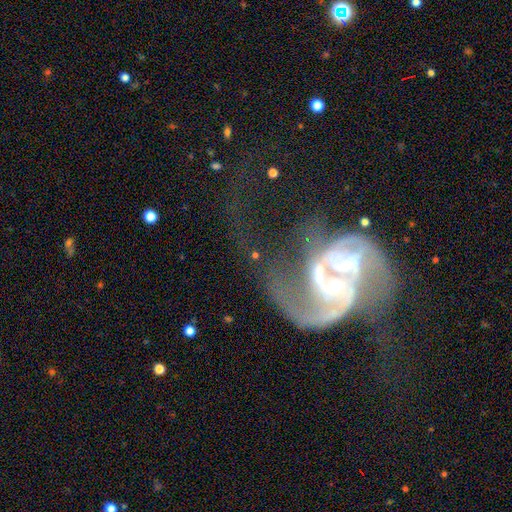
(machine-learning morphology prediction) Smooth or featured?
  - featured or disk: 78% *
  - smooth: 12%
  - star or artifact: 10%
Edge-on disk?
  - no: 96% *
  - yes: 4%
Bar?
  - no: 47% *
  - weak: 33%
  - strong: 20%
Spiral arms?
  - yes: 85% *
  - no: 15%
Spiral winding?
  - medium: 41% *
  - loose: 38%
  - tight: 21%
Spiral arm count?
  - 2: 52% *
  - 1: 16%
  - can't tell: 16%
  - 3: 8%
  - 4: 4%
  - more than 4: 4%
Bulge size?
  - small: 51% *
  - moderate: 38%
  - none: 6%
  - large: 4%
  - dominant: 2%
Merging?
  - merger: 42% *
  - major disturbance: 28%
  - none: 21%
  - minor disturbance: 10%